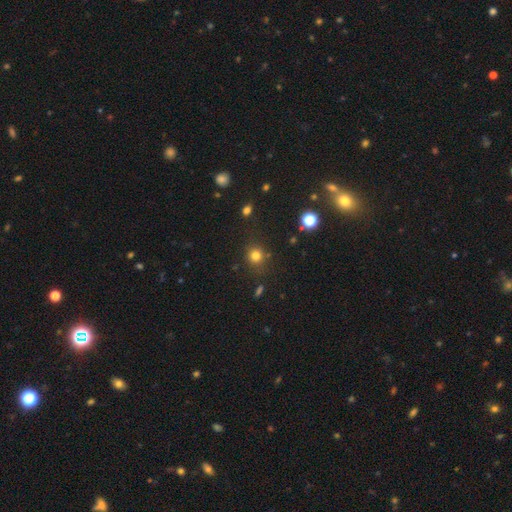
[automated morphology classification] Q: Smooth or featured?
A: smooth (78%); runner-up: star or artifact (16%)
Q: How rounded?
A: round (88%); runner-up: in between (11%)
Q: Merging?
A: none (83%); runner-up: minor disturbance (10%)